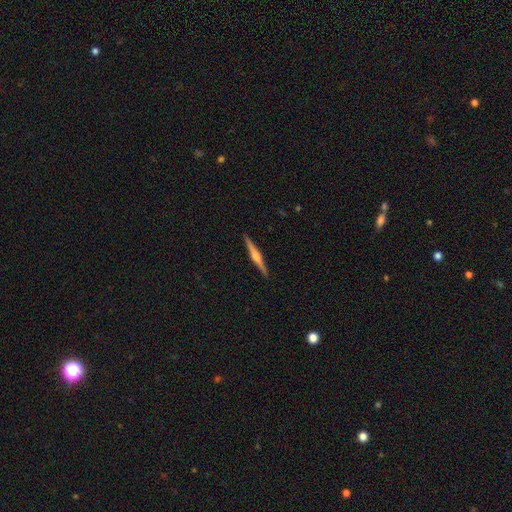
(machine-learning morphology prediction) smooth_or_featured: featured or disk (p=0.75) [alt: smooth p=0.20]
disk_edge_on: yes (p=0.98) [alt: no p=0.02]
edge_on_bulge: rounded (p=0.83) [alt: boxy p=0.10]
merging: none (p=0.92) [alt: minor disturbance p=0.06]